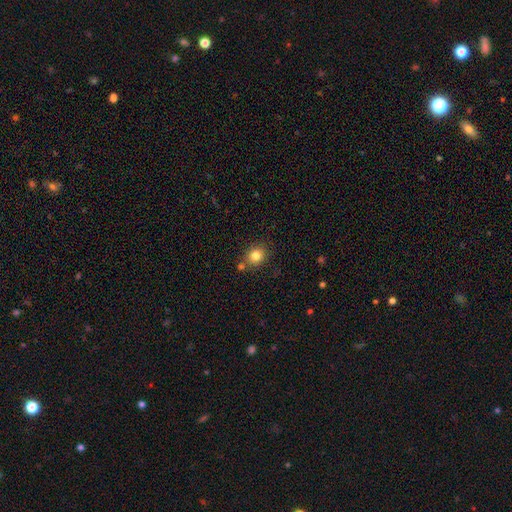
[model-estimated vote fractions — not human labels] smooth 82%, star or artifact 11%, featured or disk 7%. Down the decision tree: how rounded — round (72%); merging — none (75%).